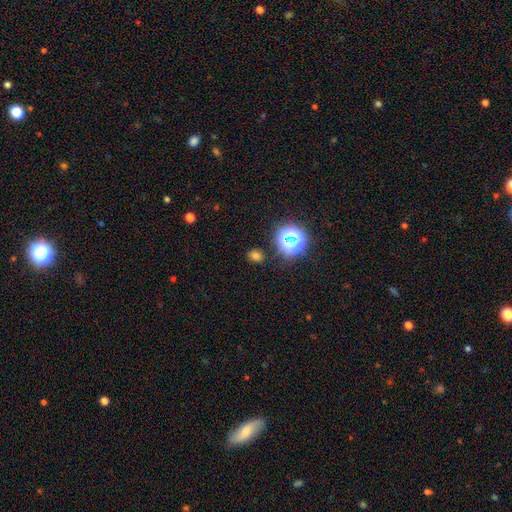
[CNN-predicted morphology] Smooth or featured: smooth — 68% (star or artifact — 27%)
How rounded: round — 54% (in between — 45%)
Merging: none — 84% (minor disturbance — 10%)